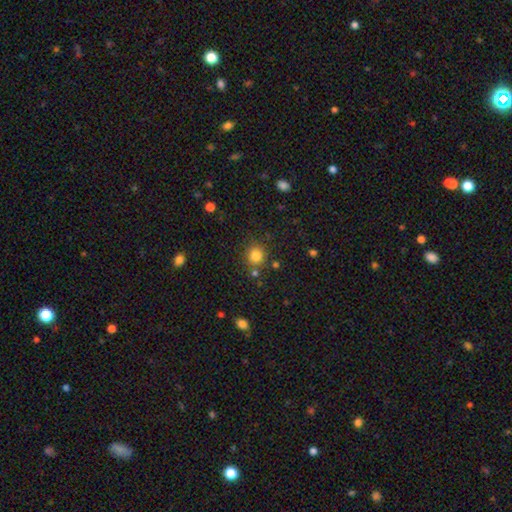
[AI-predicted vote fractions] A smooth galaxy with no disk features (82%) that is round (89%). Merging: none (80%).